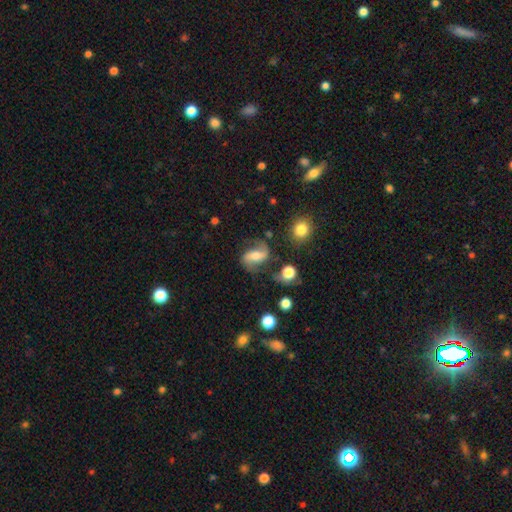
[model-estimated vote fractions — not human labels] Smooth or featured: featured or disk — 81% (smooth — 12%)
Edge-on disk: no — 97% (yes — 3%)
Bar: weak — 38% (strong — 33%)
Spiral arms: yes — 96% (no — 4%)
Spiral winding: loose — 54% (medium — 37%)
Spiral arm count: 2 — 93% (can't tell — 2%)
Bulge size: moderate — 57% (small — 30%)
Merging: none — 69% (minor disturbance — 16%)